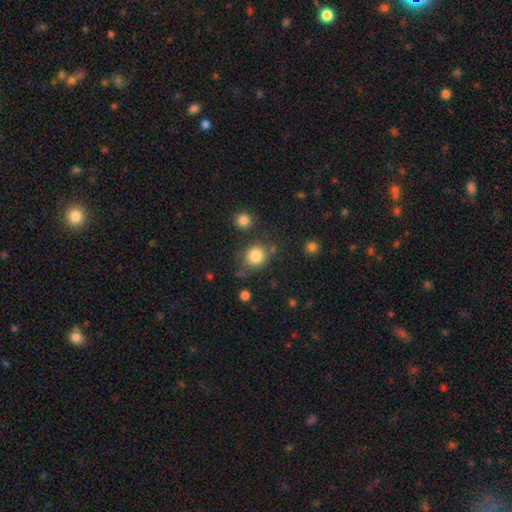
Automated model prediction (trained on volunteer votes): smooth 84%, star or artifact 10%, featured or disk 6%. Down the decision tree: how rounded — round (83%); merging — none (75%).